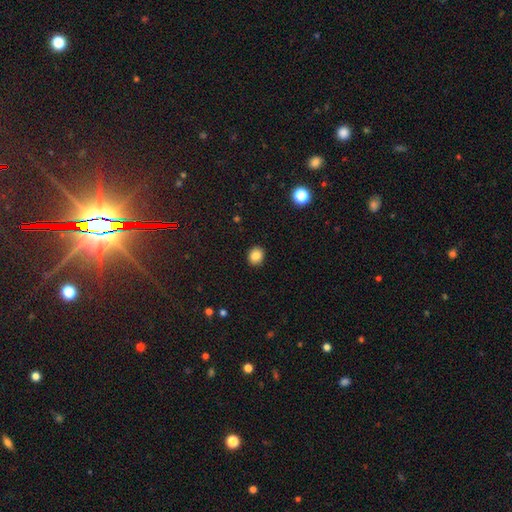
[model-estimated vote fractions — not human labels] This appears to be a smooth galaxy with no disk features (86%) that is round (69%). Merging: none (91%).